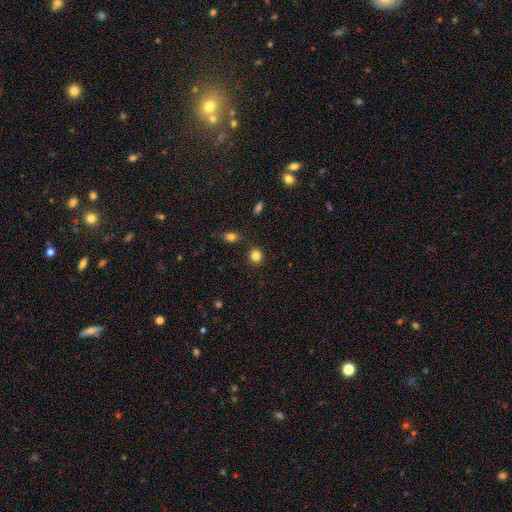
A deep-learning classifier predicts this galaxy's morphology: smooth 84%, star or artifact 11%, featured or disk 5%. Down the decision tree: how rounded — round (84%); merging — none (88%).